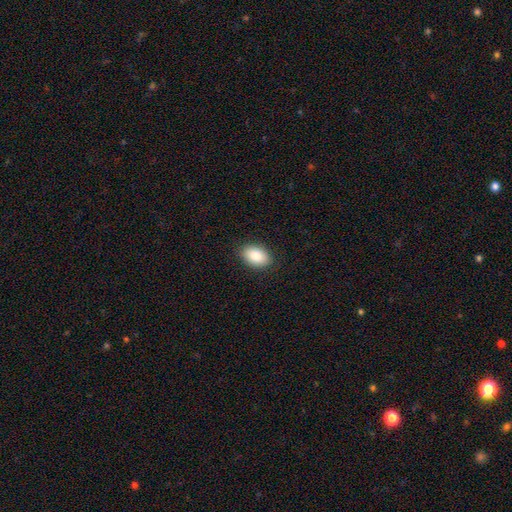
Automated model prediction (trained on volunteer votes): The model was most divided on "how rounded": in between: 85%, round: 14%, cigar-shaped: 1%. More confident: merging — none (88%); smooth or featured — smooth (85%).